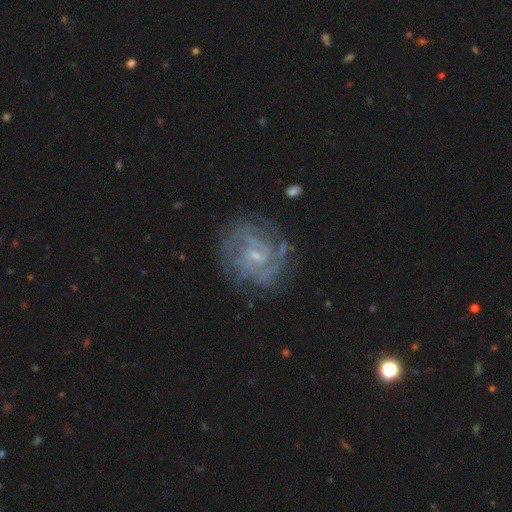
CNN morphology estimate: type=featured or disk (87%); edge-on=no (98%); bar=weak (56%); spiral arms=yes (96%); winding=tight (58%); arm count=2 (40%); bulge=small (68%); merging=none (77%).